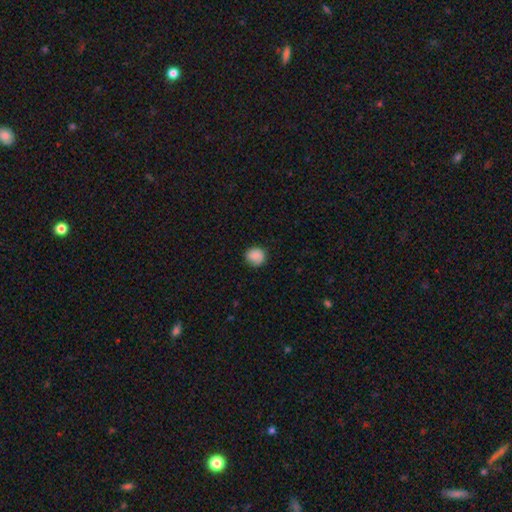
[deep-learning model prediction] smooth 83%, featured or disk 9%, star or artifact 8%. Down the decision tree: how rounded — round (86%); merging — none (79%).